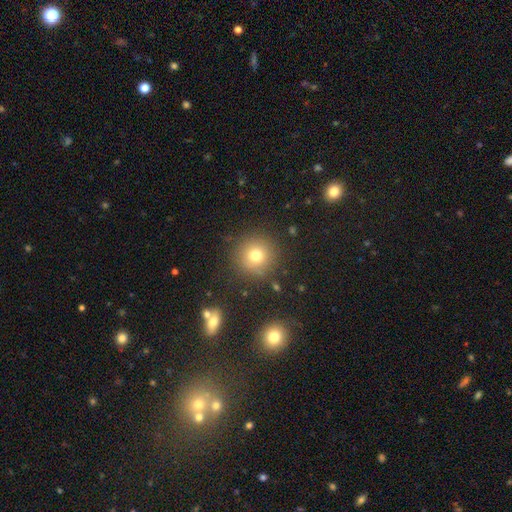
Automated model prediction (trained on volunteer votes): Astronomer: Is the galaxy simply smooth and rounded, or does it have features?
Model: smooth — 72%.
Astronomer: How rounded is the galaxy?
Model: round — 95%.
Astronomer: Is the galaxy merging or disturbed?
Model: none — 85%.